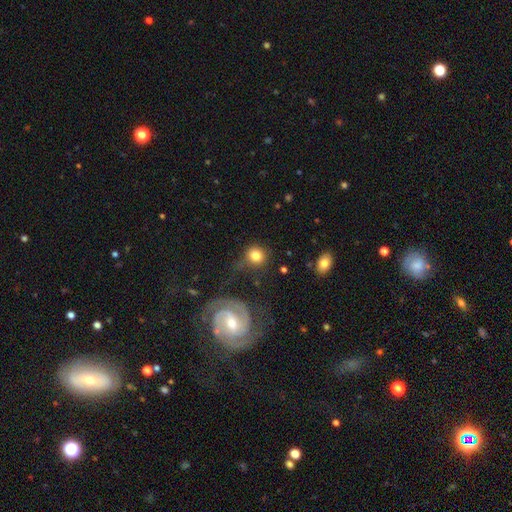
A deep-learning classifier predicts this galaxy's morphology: A smooth galaxy with no disk features (73%) that is round (86%). Merging: none (65%).